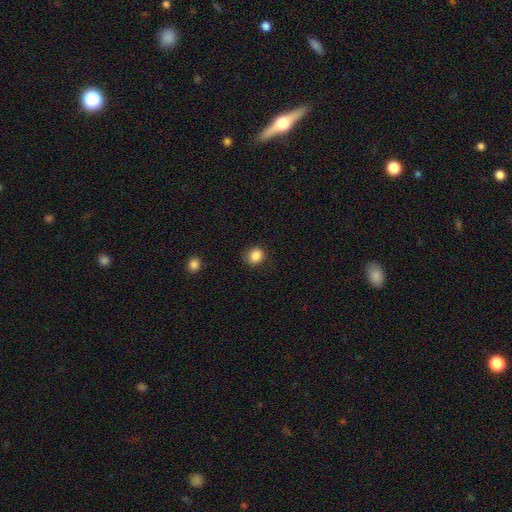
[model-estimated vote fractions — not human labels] Smooth or featured: smooth — 87% (star or artifact — 10%)
How rounded: round — 80% (in between — 19%)
Merging: none — 86% (minor disturbance — 10%)